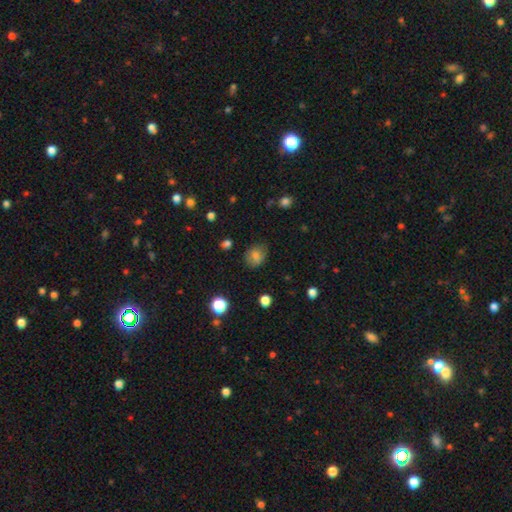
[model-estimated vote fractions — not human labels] smooth 76%, featured or disk 13%, star or artifact 11%. Down the decision tree: how rounded — round (59%); merging — none (74%).